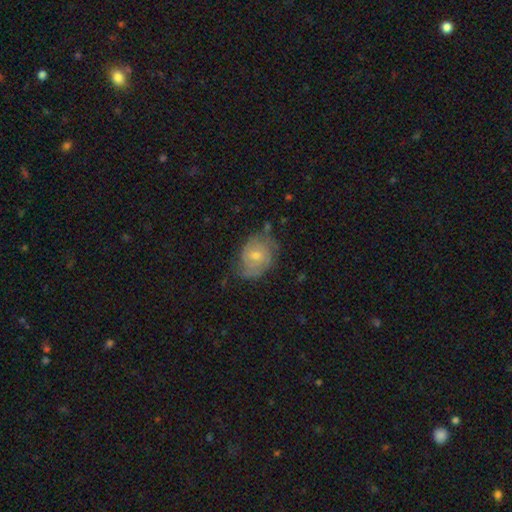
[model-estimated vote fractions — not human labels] This appears to be a featured or disk galaxy (59%) with no bar (67%), spiral arms (80%) and a small central bulge (48%). Merging: none (61%).